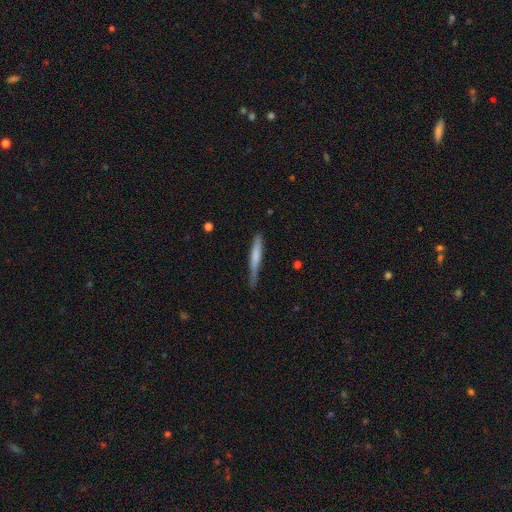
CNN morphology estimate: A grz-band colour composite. It shows a smooth galaxy with no disk features (64%) that is cigar-shaped (94%). Merging: none (67%).